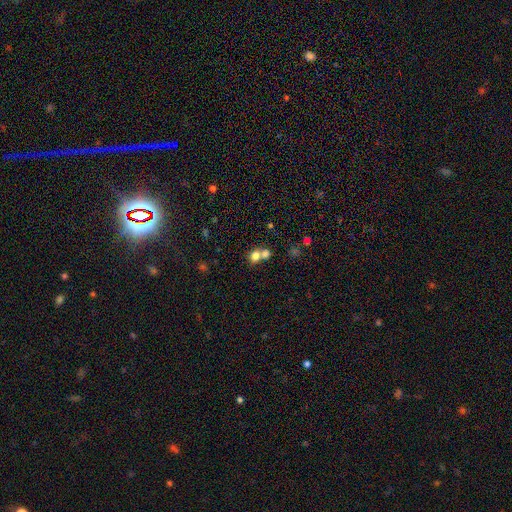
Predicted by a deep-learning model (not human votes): smooth 76%, star or artifact 13%, featured or disk 11%. Down the decision tree: how rounded — round (70%); merging — merger (55%).